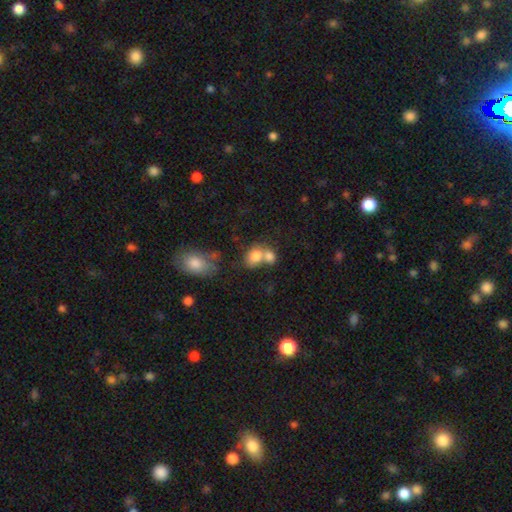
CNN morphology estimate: Smooth or featured: smooth — 78% (featured or disk — 13%)
How rounded: in between — 62% (round — 37%)
Merging: merger — 59% (none — 26%)